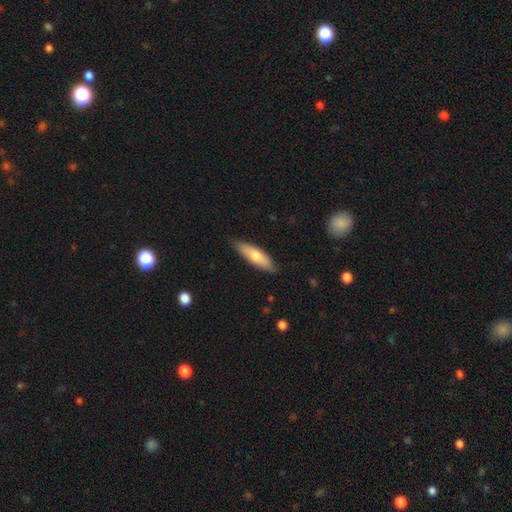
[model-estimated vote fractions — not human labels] smooth_or_featured: smooth (p=0.69) [alt: featured or disk p=0.25]
how_rounded: cigar-shaped (p=0.52) [alt: in between p=0.46]
merging: none (p=0.84) [alt: minor disturbance p=0.12]